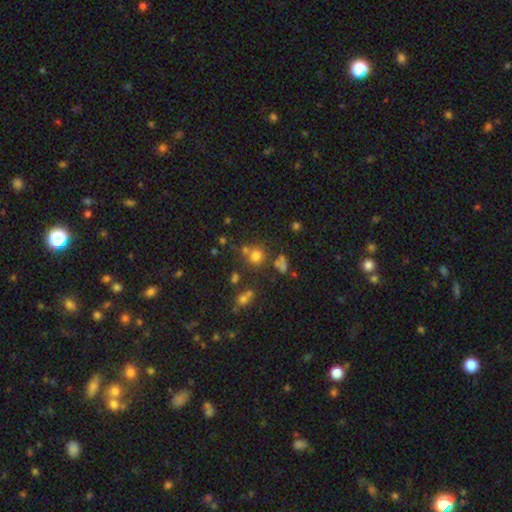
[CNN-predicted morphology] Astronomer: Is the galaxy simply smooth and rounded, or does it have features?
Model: smooth — 69%.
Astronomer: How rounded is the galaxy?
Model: round — 88%.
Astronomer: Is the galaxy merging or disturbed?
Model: none — 65%.